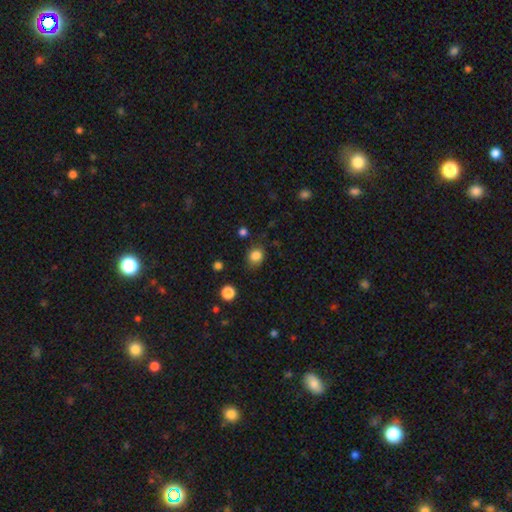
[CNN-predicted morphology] smooth_or_featured: smooth (p=0.84) [alt: star or artifact p=0.12]
how_rounded: round (p=0.69) [alt: in between p=0.30]
merging: none (p=0.78) [alt: minor disturbance p=0.15]